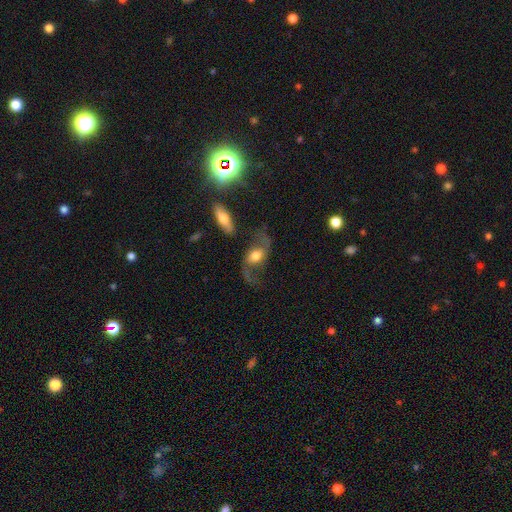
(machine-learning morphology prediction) Overall: featured or disk (77%). Edge-on disk: no (93%). Bar: no (53%; weak 35%). Spiral arms: yes (91%). Spiral arm count: 2 (92%). Spiral winding: loose (79%). Bulge size: moderate (53%; large 32%). Merging: none (58%; major disturbance 19%).